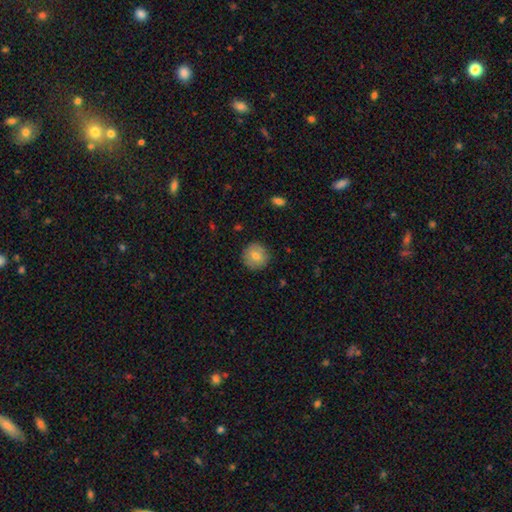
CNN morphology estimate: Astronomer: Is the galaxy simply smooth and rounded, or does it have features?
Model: smooth — 76%.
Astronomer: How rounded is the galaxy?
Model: round — 92%.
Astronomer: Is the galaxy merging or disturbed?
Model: none — 88%.